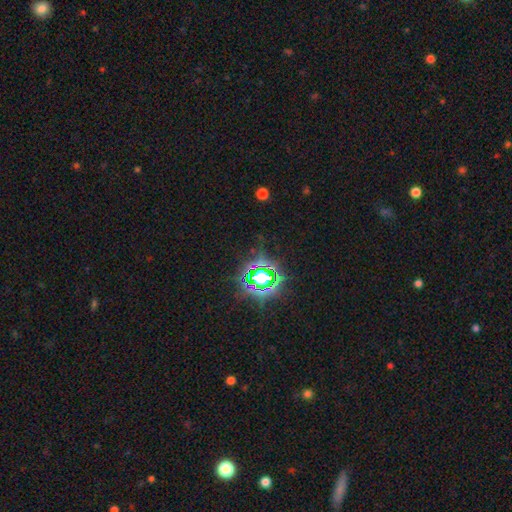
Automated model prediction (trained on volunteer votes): A star or artifact, not a galaxy (82%).